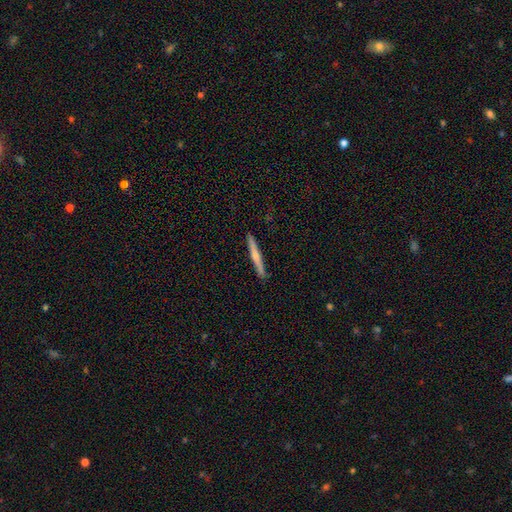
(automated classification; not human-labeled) Smooth or featured? featured or disk (49%)
Merging? none (90%)